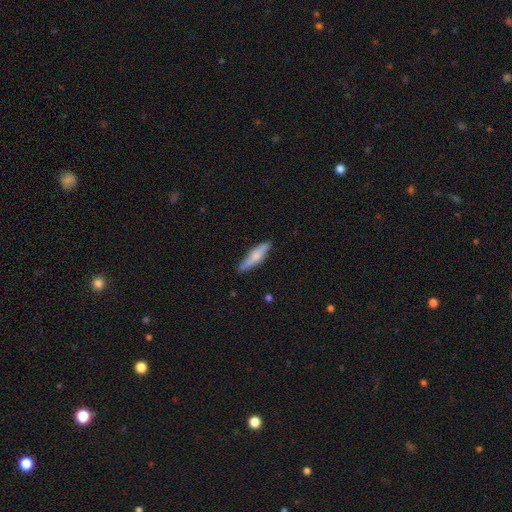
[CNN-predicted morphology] The model was most divided on "smooth or featured": smooth: 63%, featured or disk: 31%, star or artifact: 6%. More confident: merging — none (83%); how rounded — cigar-shaped (73%).